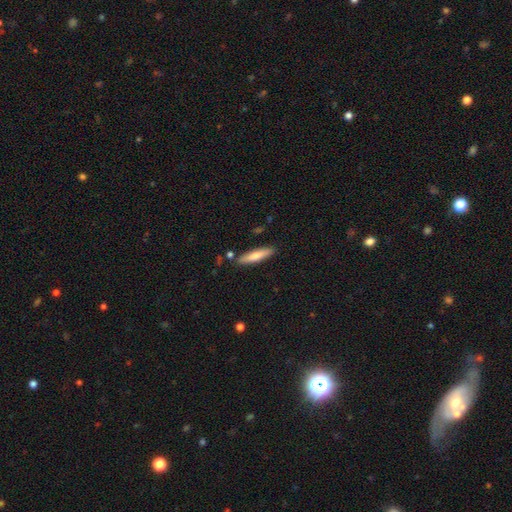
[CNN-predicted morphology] smooth 70%, featured or disk 25%, star or artifact 6%. Down the decision tree: how rounded — cigar-shaped (82%); merging — none (85%).